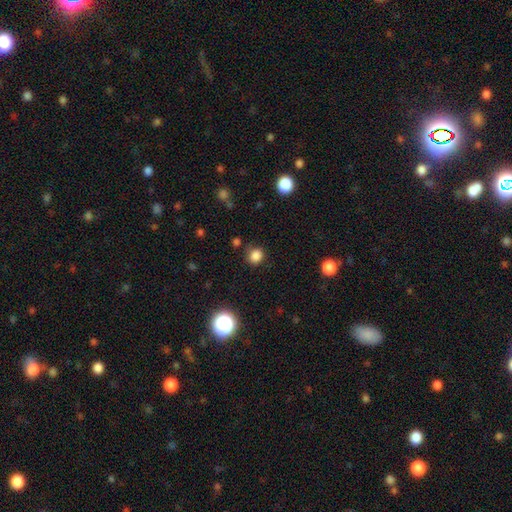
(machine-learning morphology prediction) Q: Smooth or featured?
A: smooth (82%); runner-up: star or artifact (14%)
Q: How rounded?
A: round (79%); runner-up: in between (20%)
Q: Merging?
A: none (81%); runner-up: minor disturbance (12%)